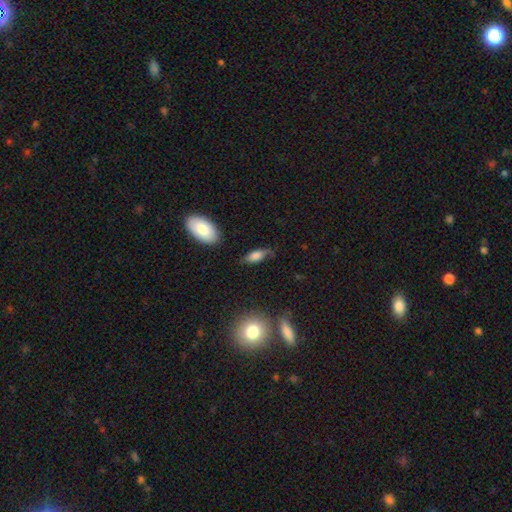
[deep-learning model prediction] A smooth galaxy with no disk features (74%) that is in between round and cigar-shaped (76%). Merging: none (69%).